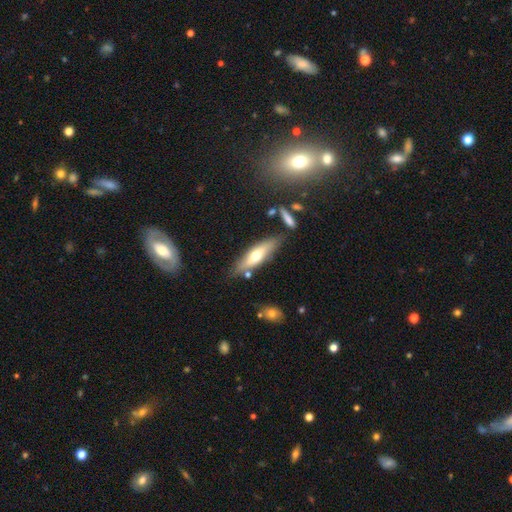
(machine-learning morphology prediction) A smooth galaxy with no disk features (52%) that is cigar-shaped (58%).

Vote fractions:
- Smooth or featured? smooth: 52% / featured or disk: 41% / star or artifact: 6%
- How rounded? cigar-shaped: 58% / in between: 40% / round: 2%
- Merging? none: 75% / minor disturbance: 15% / merger: 6% / major disturbance: 4%